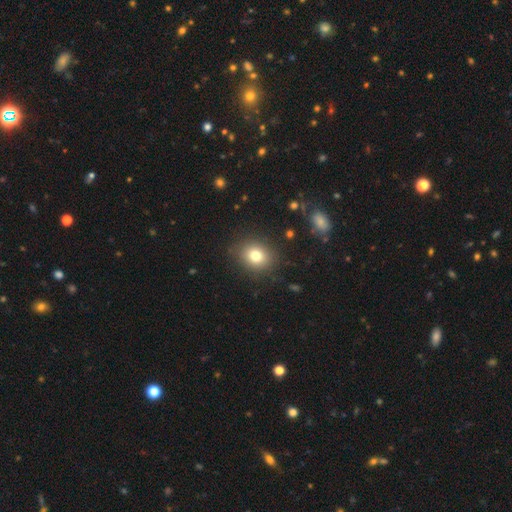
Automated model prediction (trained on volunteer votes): Smooth or featured?
  - smooth: 78% *
  - star or artifact: 12%
  - featured or disk: 10%
How rounded?
  - round: 64% *
  - in between: 35%
  - cigar-shaped: 1%
Merging?
  - none: 86% *
  - minor disturbance: 9%
  - major disturbance: 3%
  - merger: 1%